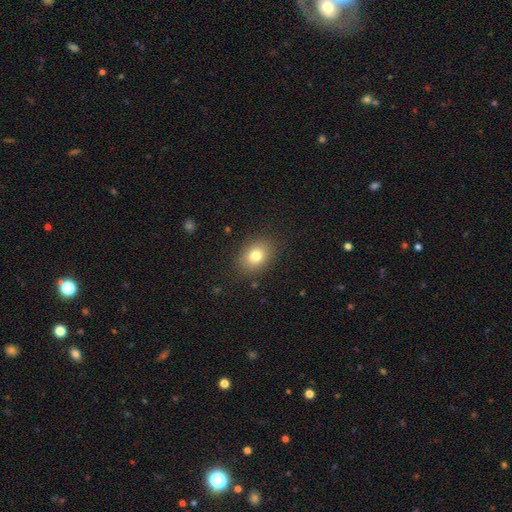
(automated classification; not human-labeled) Overall: smooth (79%). How rounded: in between (56%; round 43%). Merging: none (86%).